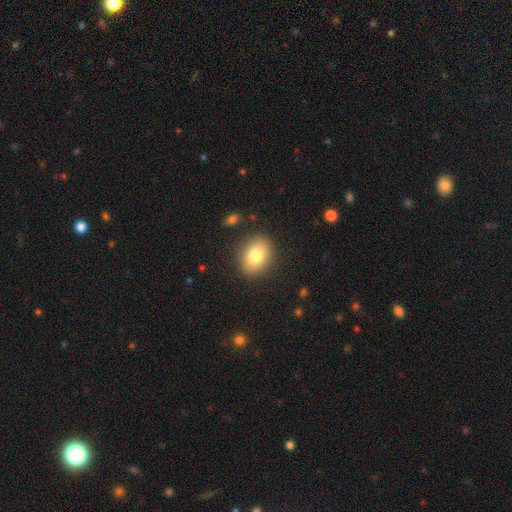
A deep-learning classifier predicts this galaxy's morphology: Q: Smooth or featured?
A: smooth (79%); runner-up: featured or disk (12%)
Q: How rounded?
A: in between (57%); runner-up: round (41%)
Q: Merging?
A: none (87%); runner-up: minor disturbance (9%)